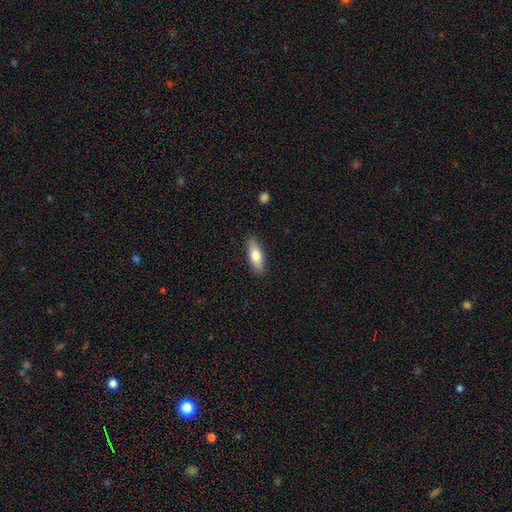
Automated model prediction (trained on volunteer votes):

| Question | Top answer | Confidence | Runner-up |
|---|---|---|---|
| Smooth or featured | smooth | 74% | featured or disk (19%) |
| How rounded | in between | 63% | cigar-shaped (35%) |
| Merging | none | 87% | minor disturbance (10%) |